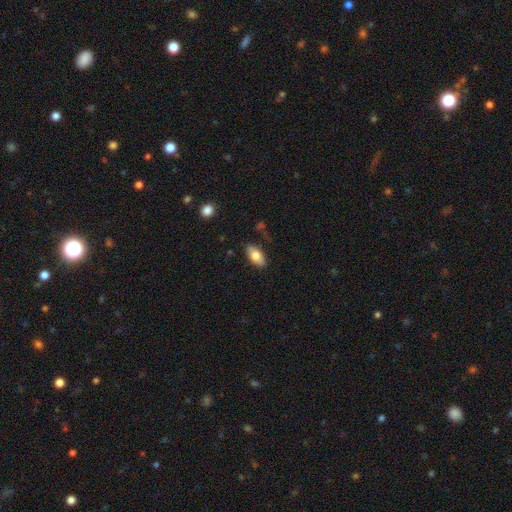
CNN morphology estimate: Overall: smooth (76%). How rounded: in between (91%). Merging: none (82%).